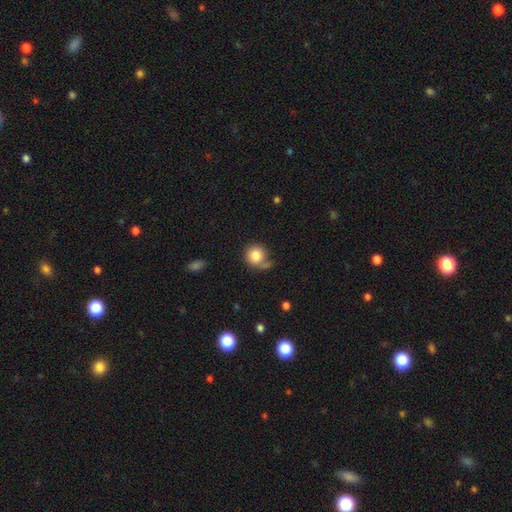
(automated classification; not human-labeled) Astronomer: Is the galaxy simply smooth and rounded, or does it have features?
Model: smooth — 81%.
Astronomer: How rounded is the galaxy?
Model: round — 89%.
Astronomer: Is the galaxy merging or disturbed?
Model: none — 60%.